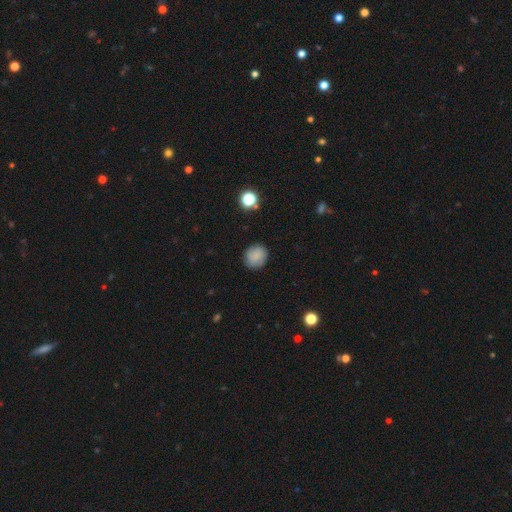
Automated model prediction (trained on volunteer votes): A smooth galaxy with no disk features (84%) that is round (85%). Merging: none (85%).